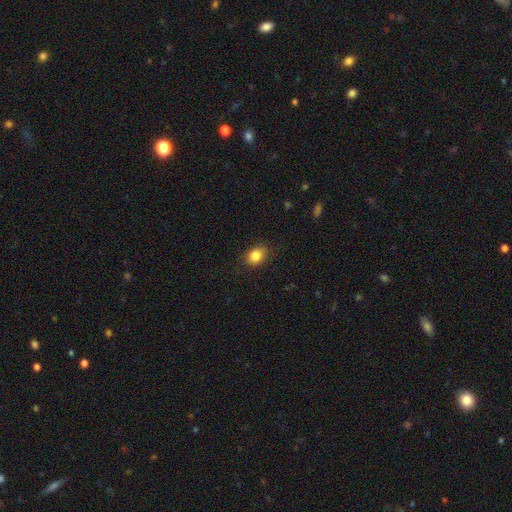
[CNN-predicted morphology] A smooth galaxy with no disk features (85%) that is in between round and cigar-shaped (64%). Merging: none (84%).